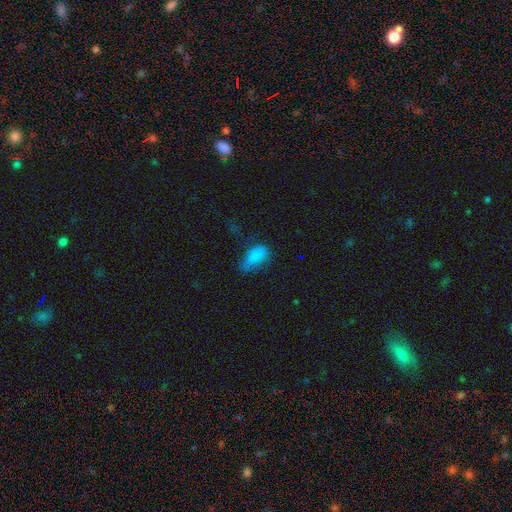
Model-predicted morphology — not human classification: Overall: smooth (80%). How rounded: in between (89%). Merging: none (45%; minor disturbance 32%).